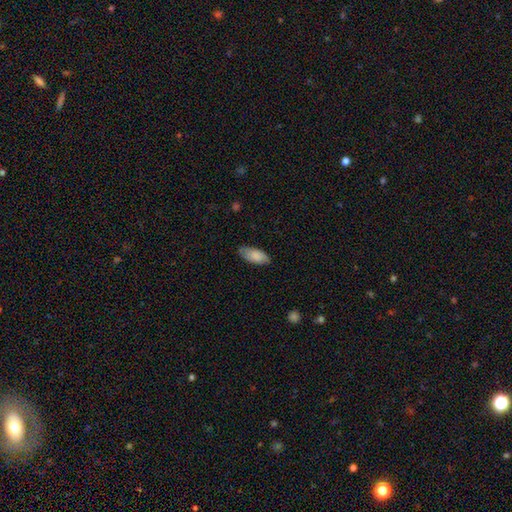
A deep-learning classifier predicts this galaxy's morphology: This is clearly a smooth galaxy (82%). How rounded: clearly in between (88%). Merging: likely none (78%).